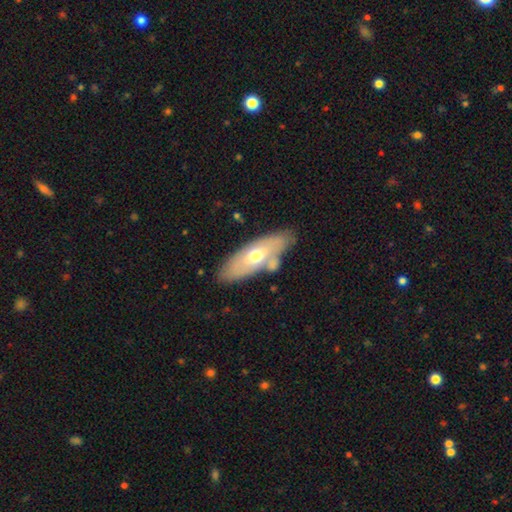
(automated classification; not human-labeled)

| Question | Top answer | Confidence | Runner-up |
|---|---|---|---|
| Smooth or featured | smooth | 49% | featured or disk (46%) |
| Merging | none | 64% | minor disturbance (17%) |